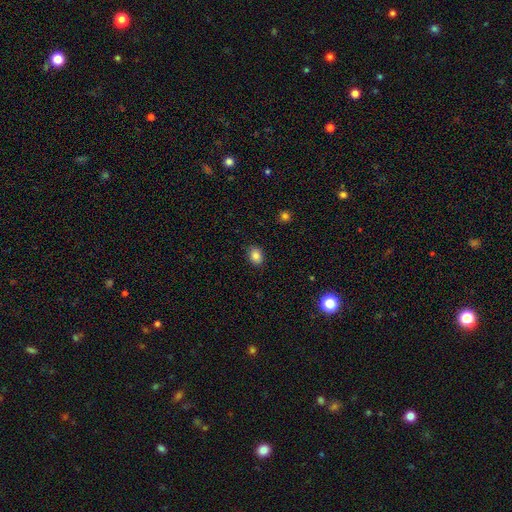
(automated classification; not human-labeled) smooth_or_featured: smooth (p=0.85) [alt: star or artifact p=0.10]
how_rounded: in between (p=0.62) [alt: round p=0.37]
merging: none (p=0.87) [alt: minor disturbance p=0.09]